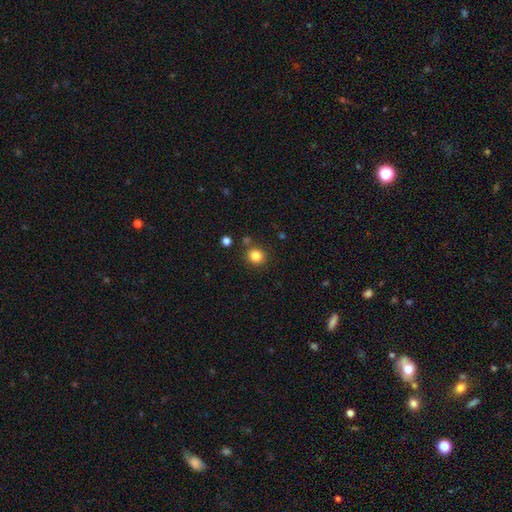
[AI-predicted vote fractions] Overall: smooth (83%). How rounded: round (86%). Merging: none (82%).